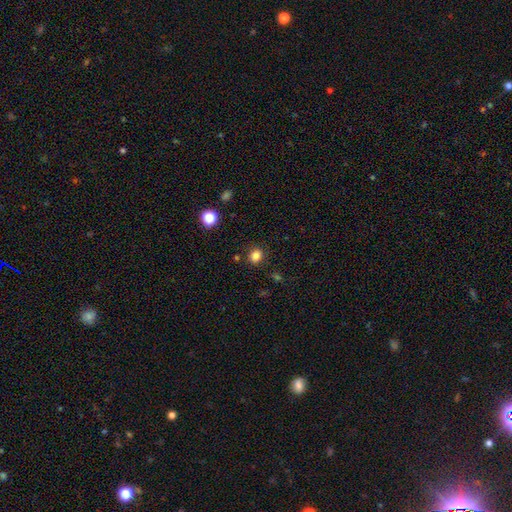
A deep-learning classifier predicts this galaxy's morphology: A smooth galaxy with no disk features (83%) that is round (68%). Merging: none (86%).